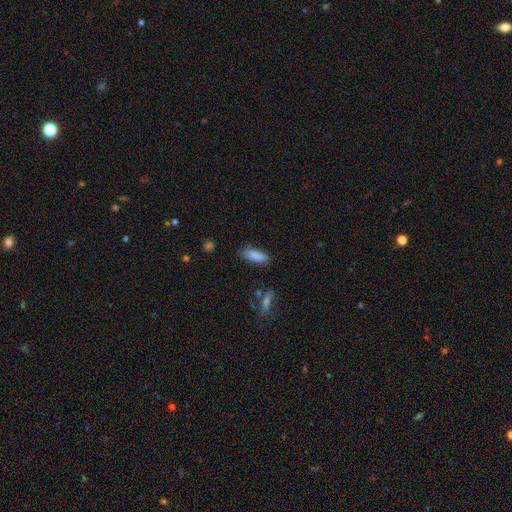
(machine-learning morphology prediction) type=smooth (86%); roundness=in between (61%); merging=none (77%).